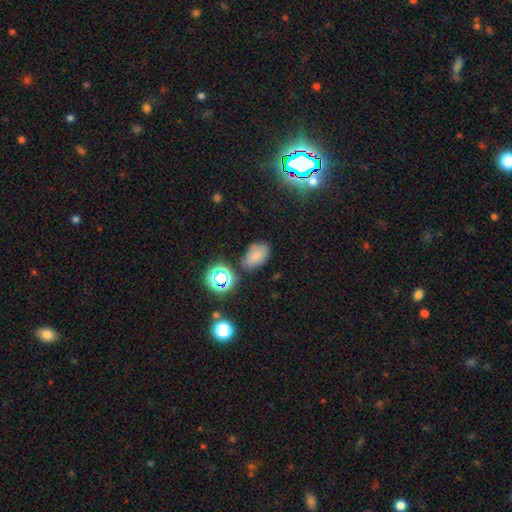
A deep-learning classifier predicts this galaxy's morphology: This is likely a smooth galaxy (71%). How rounded: clearly in between (87%). Merging: likely none (71%).